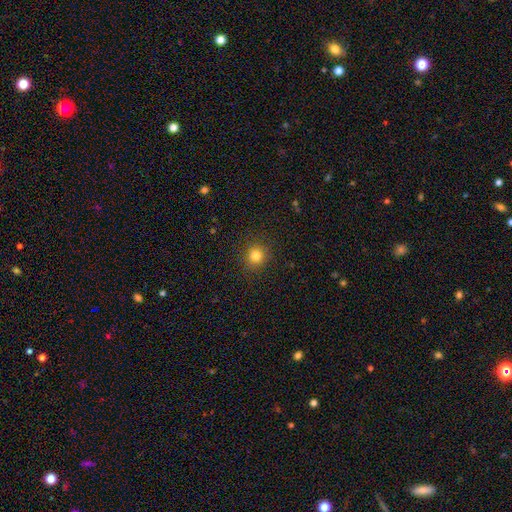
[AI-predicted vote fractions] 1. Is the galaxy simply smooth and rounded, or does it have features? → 82% smooth, 13% star or artifact, 5% featured or disk.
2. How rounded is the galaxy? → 92% round, 7% in between, 1% cigar-shaped.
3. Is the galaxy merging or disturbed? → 91% none, 6% minor disturbance, 2% major disturbance, 1% merger.